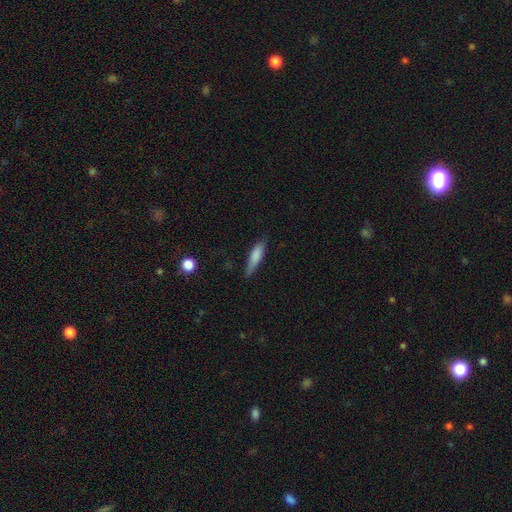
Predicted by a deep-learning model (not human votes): Smooth or featured? Predicted: smooth (p=0.78). How rounded? Predicted: cigar-shaped (p=0.70). Merging? Predicted: none (p=0.70).